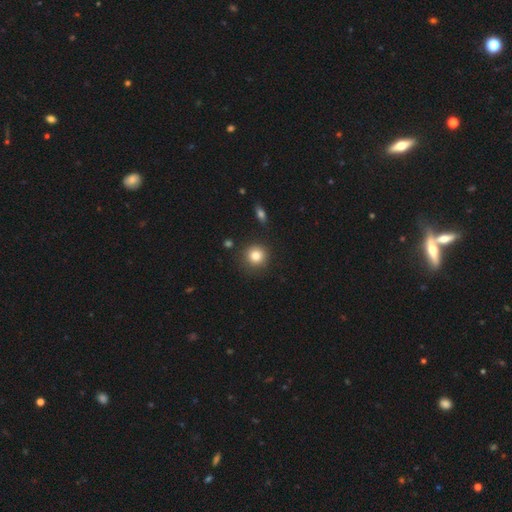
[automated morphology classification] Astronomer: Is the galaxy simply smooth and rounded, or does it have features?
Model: smooth — 82%.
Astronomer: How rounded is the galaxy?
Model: round — 93%.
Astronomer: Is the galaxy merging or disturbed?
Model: none — 87%.